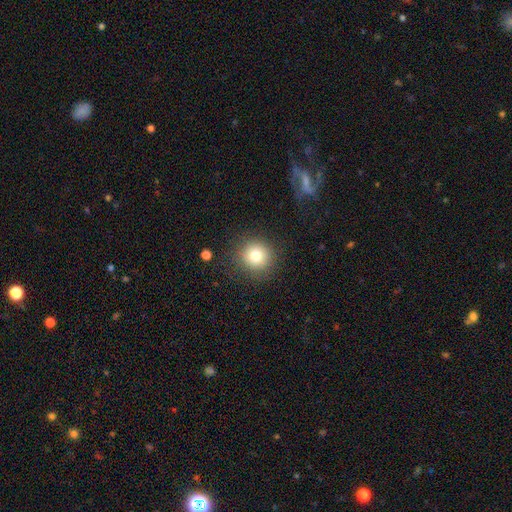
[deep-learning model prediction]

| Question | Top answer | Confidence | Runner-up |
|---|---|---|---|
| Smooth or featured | smooth | 78% | star or artifact (12%) |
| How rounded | round | 91% | in between (8%) |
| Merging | none | 86% | minor disturbance (9%) |